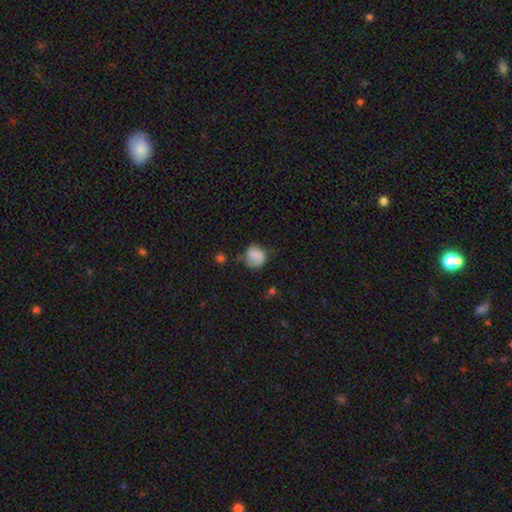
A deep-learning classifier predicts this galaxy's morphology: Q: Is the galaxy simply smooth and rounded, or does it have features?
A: smooth — 74%.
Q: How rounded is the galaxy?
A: round — 70%.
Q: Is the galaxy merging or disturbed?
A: none — 47%.